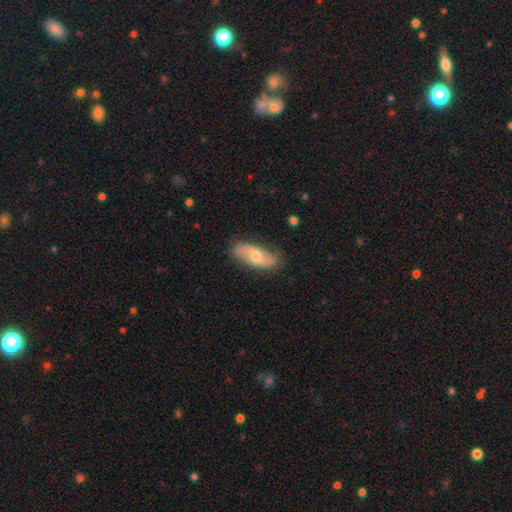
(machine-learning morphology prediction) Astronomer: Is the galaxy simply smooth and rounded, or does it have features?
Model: featured or disk — 56% (runner-up: smooth, 39%).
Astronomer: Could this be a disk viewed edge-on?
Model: no — 86%.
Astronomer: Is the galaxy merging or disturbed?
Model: none — 81%.